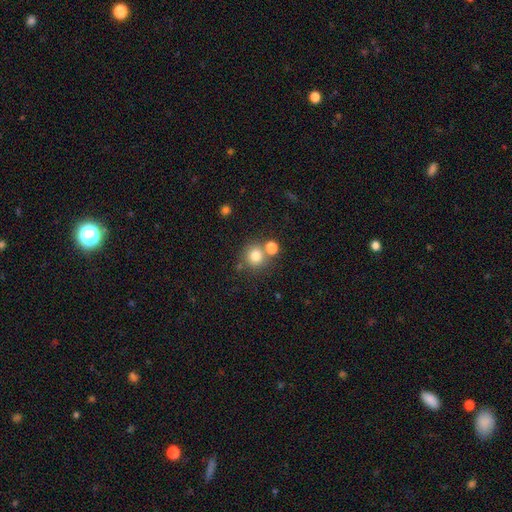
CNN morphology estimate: Overall: smooth (79%). How rounded: round (90%). Merging: none (65%).